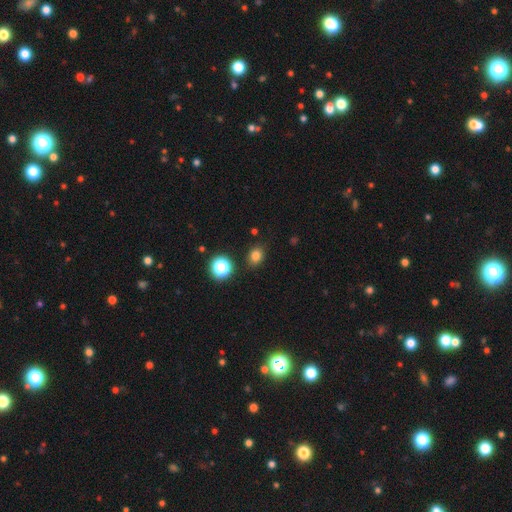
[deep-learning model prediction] Smooth or featured? smooth (79%)
How rounded? round (53%)
Merging? none (85%)